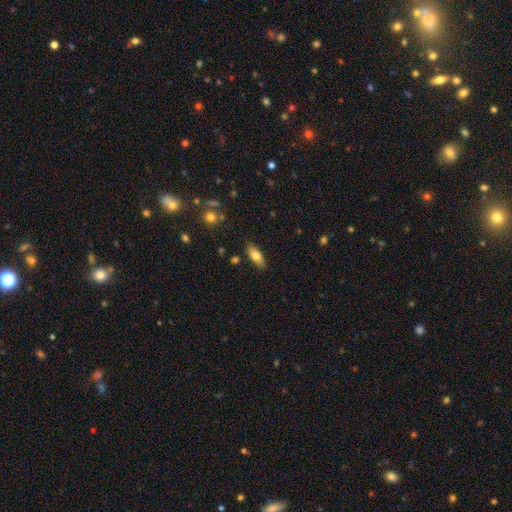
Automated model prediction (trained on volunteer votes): Smooth or featured? smooth (75%)
How rounded? in between (77%)
Merging? none (83%)